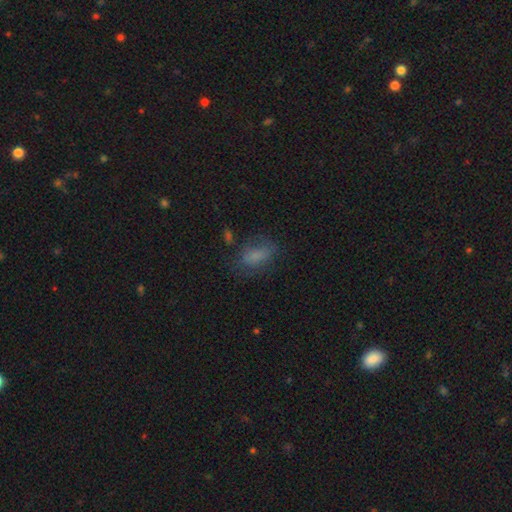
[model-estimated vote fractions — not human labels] smooth-or-featured: smooth: 70% | featured or disk: 16% | star or artifact: 14%
  how-rounded: in between: 84% | round: 9% | cigar-shaped: 7%
  merging: none: 58% | minor disturbance: 23% | major disturbance: 15% | merger: 3%